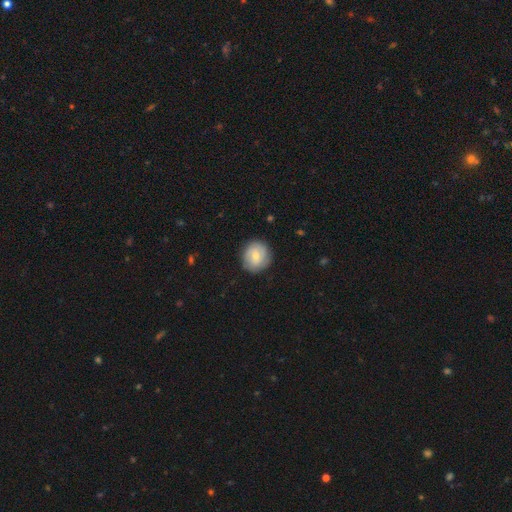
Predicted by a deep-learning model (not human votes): This appears to be a smooth galaxy with no disk features (67%) that is round (85%). Merging: none (84%).